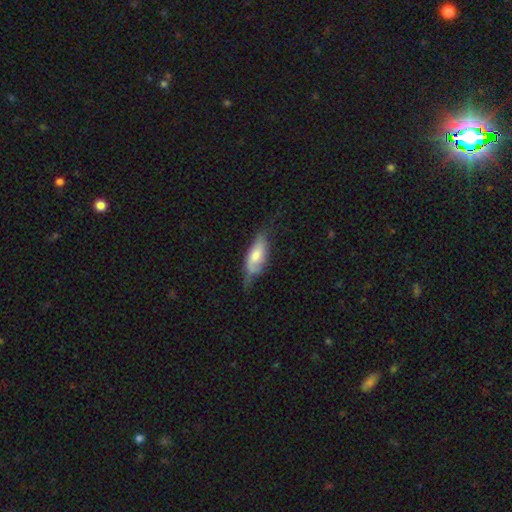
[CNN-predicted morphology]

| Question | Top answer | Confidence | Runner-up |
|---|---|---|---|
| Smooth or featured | smooth | 62% | featured or disk (32%) |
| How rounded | in between | 75% | cigar-shaped (23%) |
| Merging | none | 42% | minor disturbance (40%) |